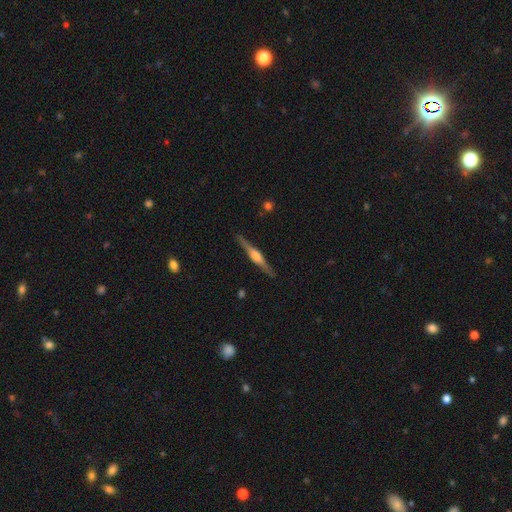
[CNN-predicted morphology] Smooth or featured?
  - featured or disk: 77% *
  - smooth: 18%
  - star or artifact: 5%
Edge-on disk?
  - yes: 98% *
  - no: 2%
Edge-on bulge?
  - rounded: 80% *
  - boxy: 16%
  - none: 5%
Merging?
  - none: 90% *
  - minor disturbance: 7%
  - major disturbance: 2%
  - merger: 1%